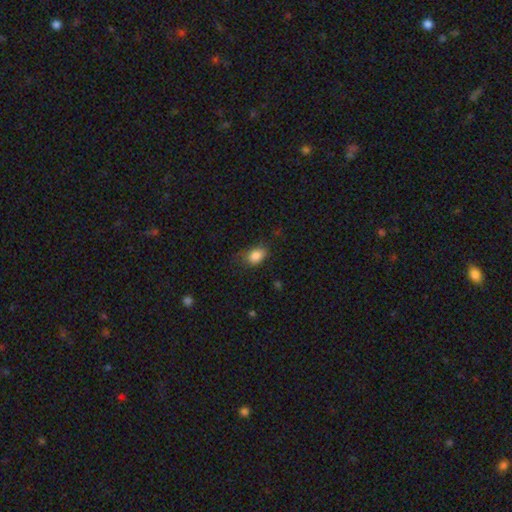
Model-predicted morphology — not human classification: Q: Smooth or featured?
A: smooth (85%); runner-up: star or artifact (9%)
Q: How rounded?
A: in between (73%); runner-up: round (26%)
Q: Merging?
A: none (64%); runner-up: minor disturbance (26%)